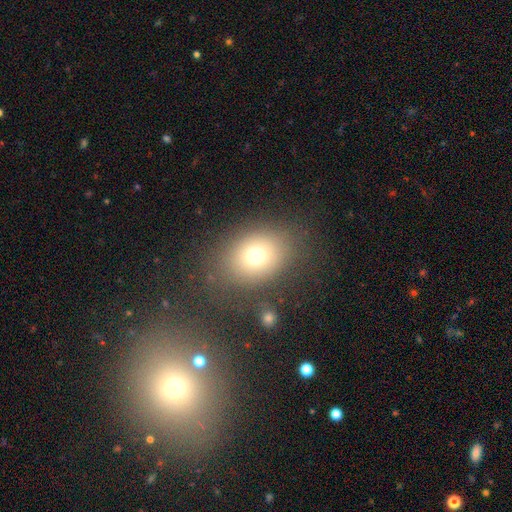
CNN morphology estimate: type=smooth (72%); roundness=in between (53%); merging=none (73%).